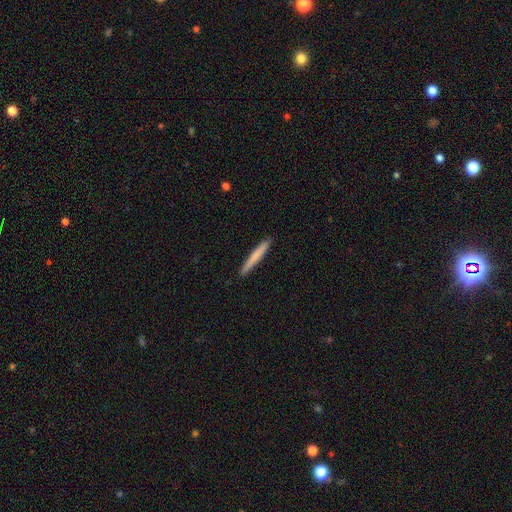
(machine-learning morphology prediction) Smooth or featured: smooth — 73% (featured or disk — 22%)
How rounded: cigar-shaped — 97% (in between — 2%)
Merging: none — 92% (minor disturbance — 5%)